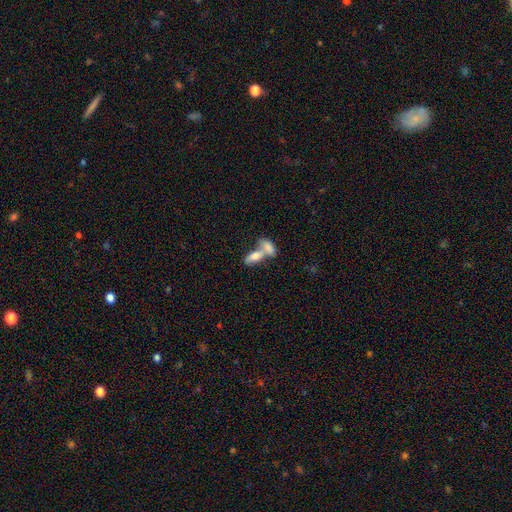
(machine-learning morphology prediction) This is likely a smooth galaxy (69%). How rounded: clearly in between (80%). Merging: likely merger (70%).